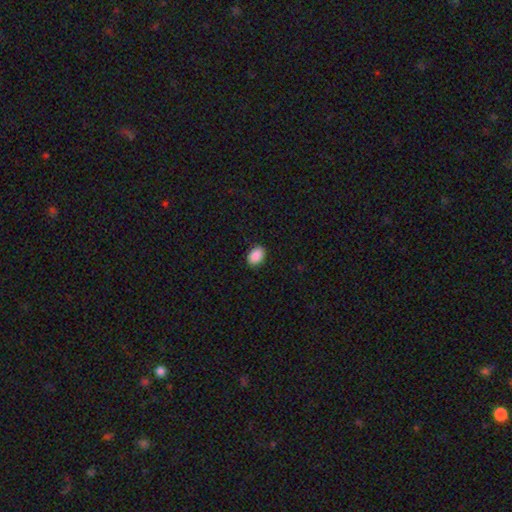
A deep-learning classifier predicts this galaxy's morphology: Smooth or featured: smooth — 90% (star or artifact — 7%)
How rounded: in between — 80% (round — 19%)
Merging: none — 89% (minor disturbance — 8%)